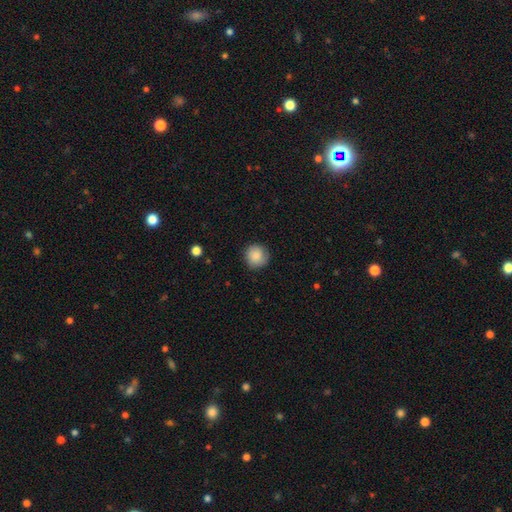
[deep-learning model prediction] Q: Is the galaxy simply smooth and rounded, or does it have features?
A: smooth — 87%.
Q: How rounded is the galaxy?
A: round — 93%.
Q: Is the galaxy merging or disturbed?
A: none — 86%.